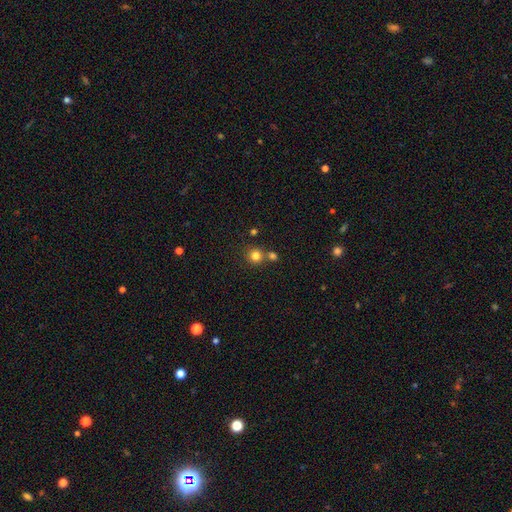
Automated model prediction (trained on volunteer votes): Overall: smooth (80%). How rounded: round (92%). Merging: none (67%).